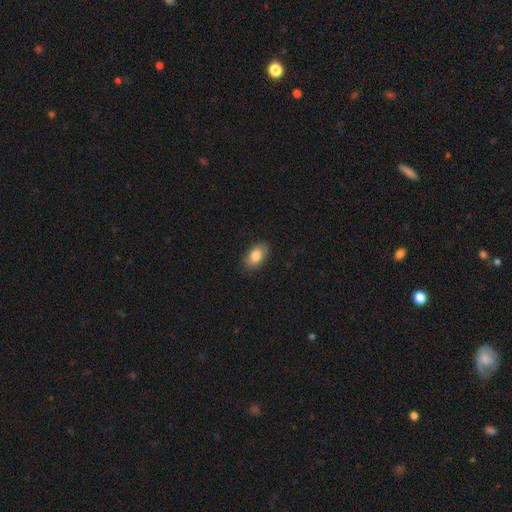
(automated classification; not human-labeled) Smooth or featured: smooth — 83% (featured or disk — 10%)
How rounded: in between — 92% (round — 7%)
Merging: none — 85% (minor disturbance — 12%)